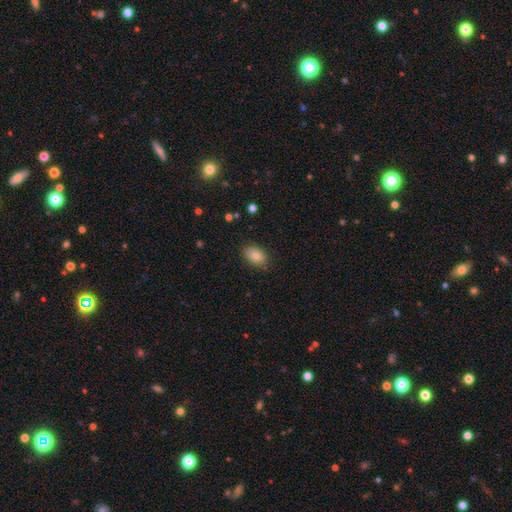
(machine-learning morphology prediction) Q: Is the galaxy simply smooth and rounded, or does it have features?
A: smooth — 81%.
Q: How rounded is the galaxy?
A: in between — 85%.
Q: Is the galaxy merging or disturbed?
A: none — 84%.